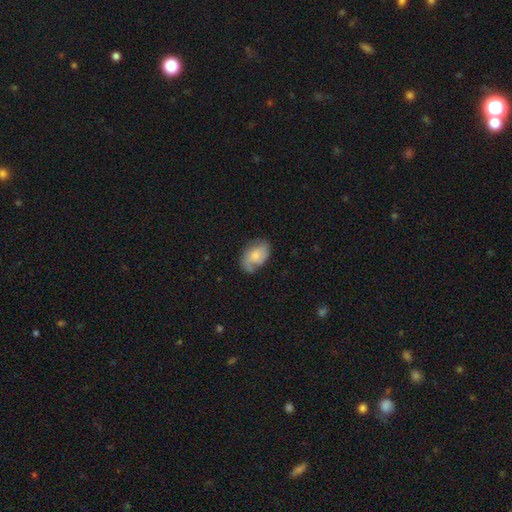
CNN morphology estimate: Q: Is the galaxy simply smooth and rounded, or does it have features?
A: smooth — 55%.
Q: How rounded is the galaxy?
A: in between — 88%.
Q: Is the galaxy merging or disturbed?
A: none — 59%.